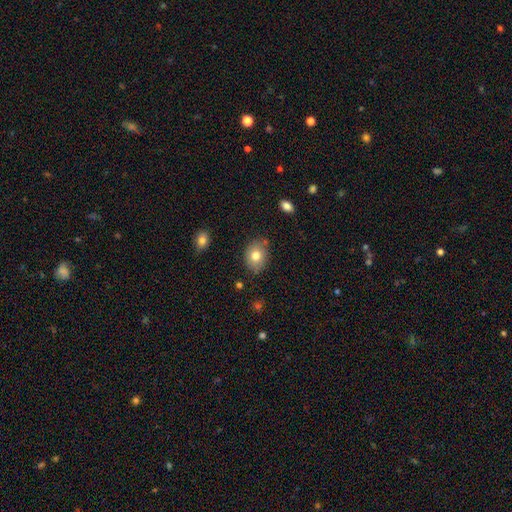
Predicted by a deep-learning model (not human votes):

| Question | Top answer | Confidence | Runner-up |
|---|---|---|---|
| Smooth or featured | smooth | 78% | featured or disk (13%) |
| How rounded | in between | 59% | round (40%) |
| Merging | none | 77% | minor disturbance (17%) |